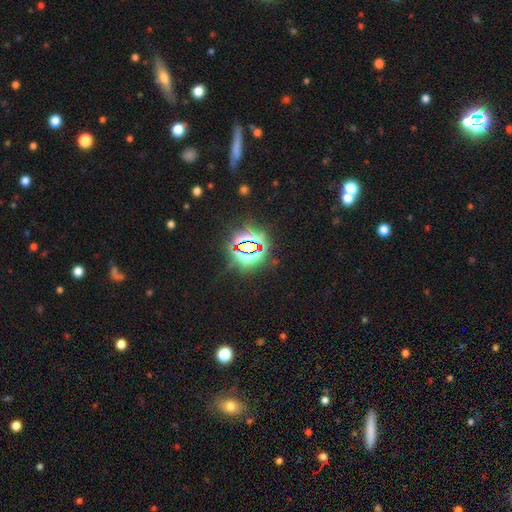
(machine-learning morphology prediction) This is likely a star or artifact rather than a galaxy (79%).